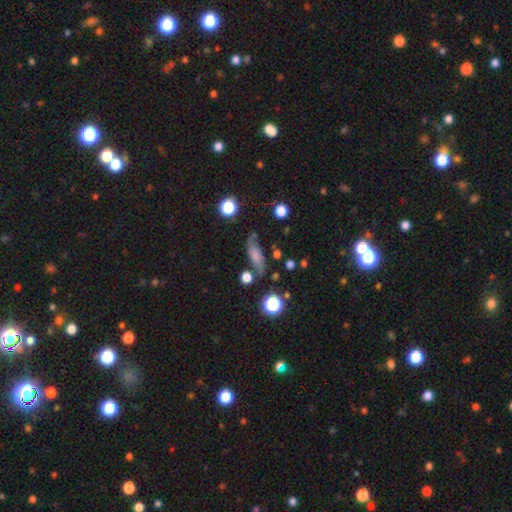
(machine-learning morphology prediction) Smooth or featured? smooth (50%)
Merging? none (61%)